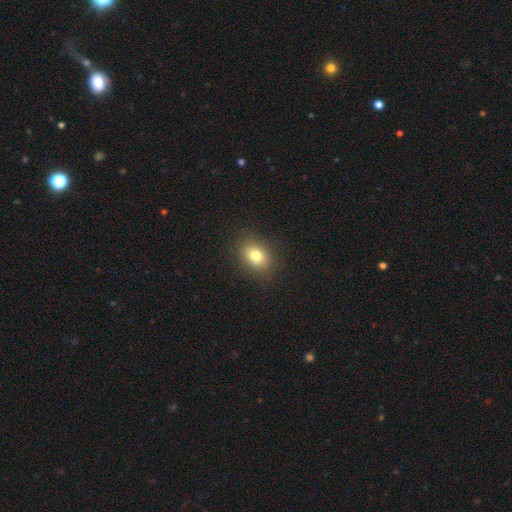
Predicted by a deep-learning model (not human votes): Morphology: type=smooth (78%); roundness=in between (62%); merging=none (87%).